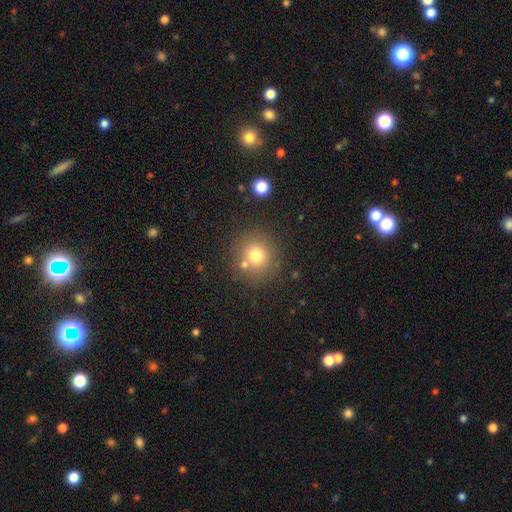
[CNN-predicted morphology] smooth-or-featured: smooth: 74% | star or artifact: 14% | featured or disk: 12%
  how-rounded: round: 89% | in between: 10% | cigar-shaped: 1%
  merging: none: 72% | merger: 14% | minor disturbance: 10% | major disturbance: 4%